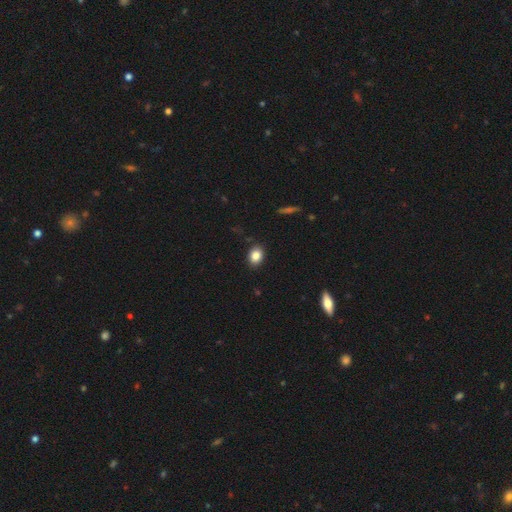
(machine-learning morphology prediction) Smooth or featured: smooth — 85% (star or artifact — 9%)
How rounded: in between — 63% (round — 35%)
Merging: none — 87% (minor disturbance — 10%)